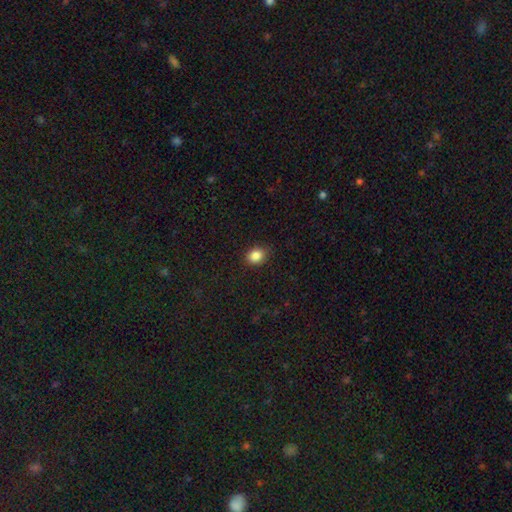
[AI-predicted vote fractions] A smooth galaxy with no disk features (86%) that is round (55%).

Vote fractions:
- Smooth or featured? smooth: 86% / star or artifact: 10% / featured or disk: 4%
- How rounded? round: 55% / in between: 44% / cigar-shaped: 1%
- Merging? none: 86% / minor disturbance: 11% / major disturbance: 3% / merger: 1%